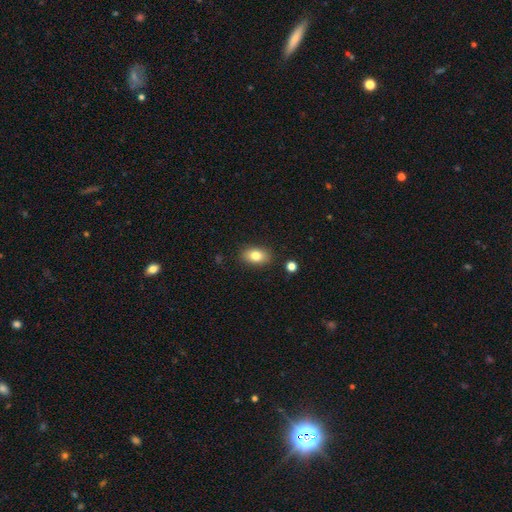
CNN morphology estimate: Smooth or featured: smooth — 81% (featured or disk — 10%)
How rounded: in between — 86% (round — 12%)
Merging: none — 87% (minor disturbance — 9%)